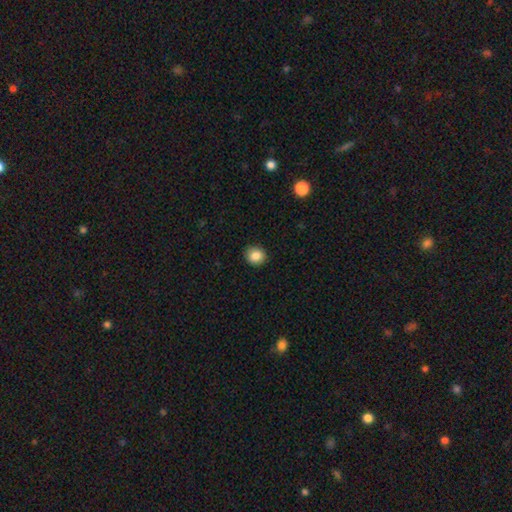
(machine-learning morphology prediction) This appears to be a smooth galaxy with no disk features (86%) that is round (82%). Merging: none (89%).